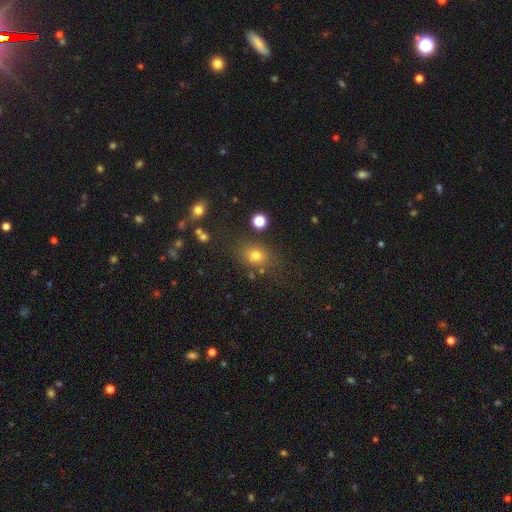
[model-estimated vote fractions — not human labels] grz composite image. It shows a smooth galaxy with no disk features (73%) that is round (51%). Merging: none (75%).